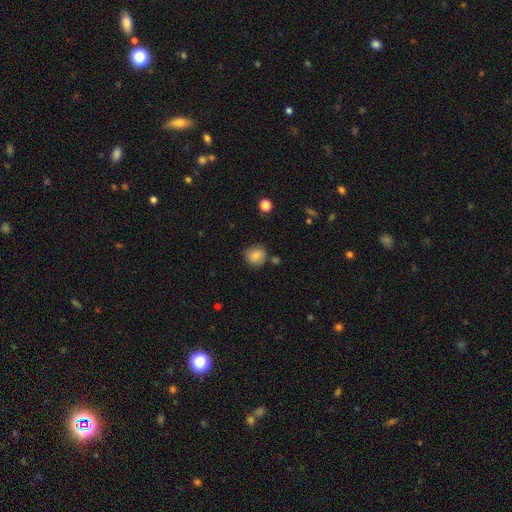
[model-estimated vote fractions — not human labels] smooth 85%, star or artifact 9%, featured or disk 6%. Down the decision tree: how rounded — round (85%); merging — none (78%).